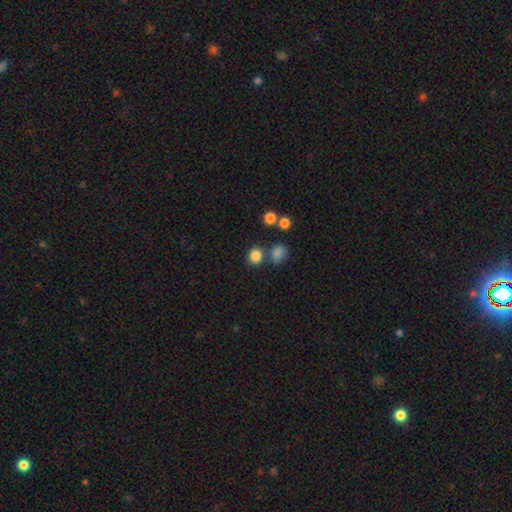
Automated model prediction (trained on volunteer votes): A smooth galaxy with no disk features (82%) that is round (75%). Merging: none (71%).